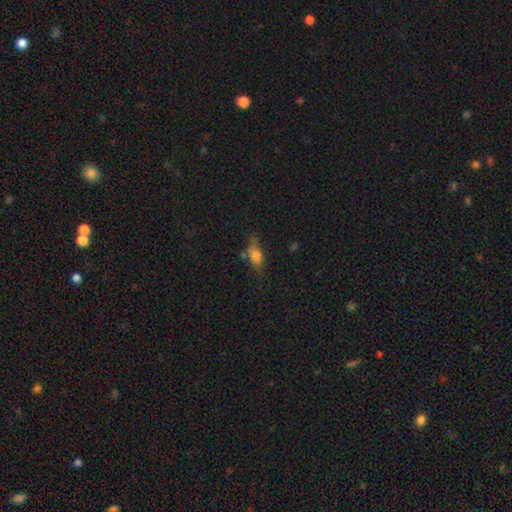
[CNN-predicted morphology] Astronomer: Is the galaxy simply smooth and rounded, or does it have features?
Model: smooth — 62%.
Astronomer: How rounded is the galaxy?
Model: in between — 68%.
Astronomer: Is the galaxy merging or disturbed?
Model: none — 59%.